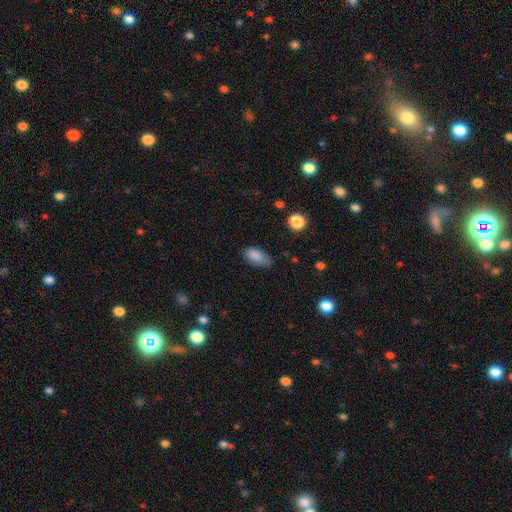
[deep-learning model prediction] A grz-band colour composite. It shows a smooth galaxy with no disk features (85%) that is in between round and cigar-shaped (88%). Merging: none (56%).